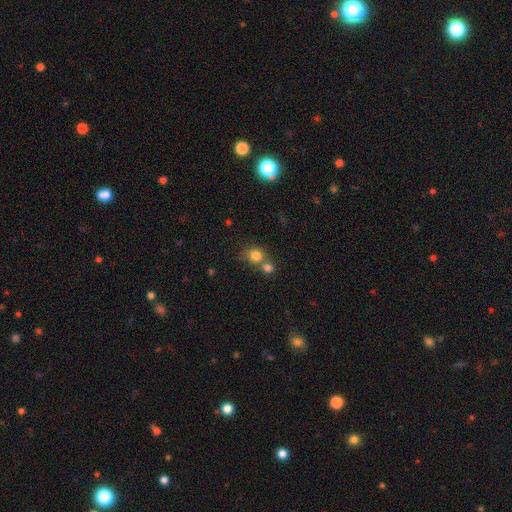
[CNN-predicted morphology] A smooth galaxy with no disk features (80%) that is round (82%). Merging: merger (45%).